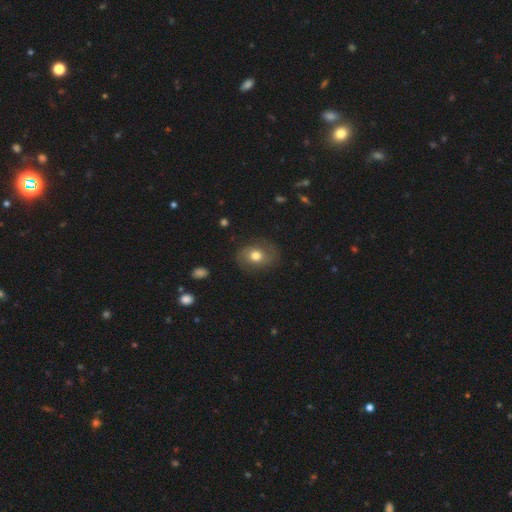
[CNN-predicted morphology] Overall: smooth (51%; featured or disk 39%). How rounded: in between (54%; round 45%). Merging: none (75%).